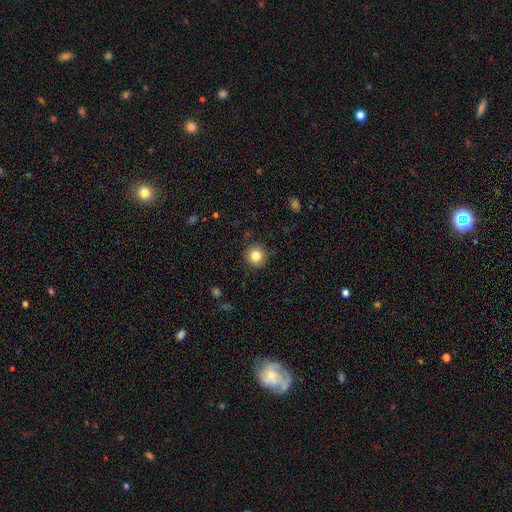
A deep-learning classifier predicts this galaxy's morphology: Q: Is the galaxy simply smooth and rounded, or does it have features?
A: smooth — 83%.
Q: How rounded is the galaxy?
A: round — 92%.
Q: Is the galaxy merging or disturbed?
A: none — 89%.